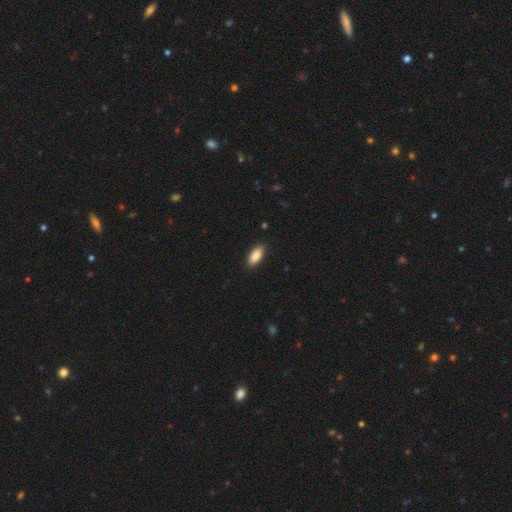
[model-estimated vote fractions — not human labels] The model was most divided on "how rounded": in between: 85%, cigar-shaped: 13%, round: 2%. More confident: smooth or featured — smooth (88%); merging — none (88%).